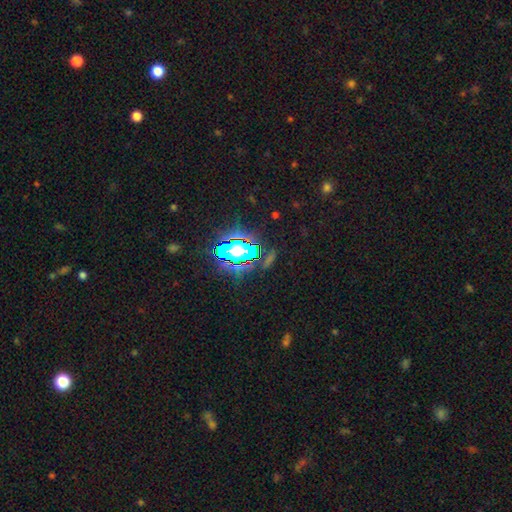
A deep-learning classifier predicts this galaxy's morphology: A star or artifact, not a galaxy (80%).

Vote fractions:
- Smooth or featured? star or artifact: 80% / smooth: 12% / featured or disk: 8%